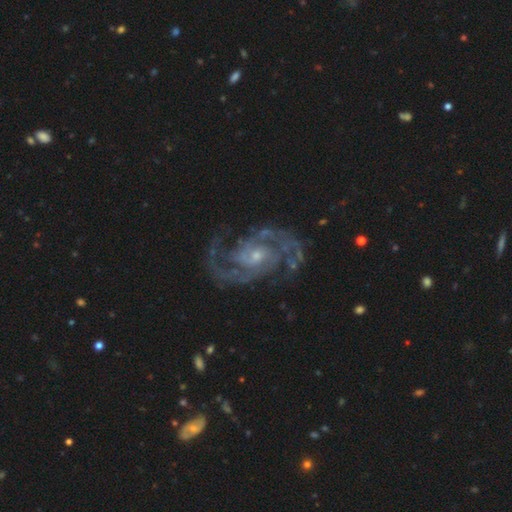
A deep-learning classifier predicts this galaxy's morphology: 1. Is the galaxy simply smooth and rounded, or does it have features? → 93% featured or disk, 5% star or artifact, 2% smooth.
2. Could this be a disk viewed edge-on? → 98% no, 2% yes.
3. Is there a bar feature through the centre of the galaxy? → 55% no, 35% weak, 10% strong.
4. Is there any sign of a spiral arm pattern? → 98% yes, 2% no.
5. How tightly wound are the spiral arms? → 54% medium, 35% tight, 11% loose.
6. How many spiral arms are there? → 82% 2, 7% 3, 4% can't tell, 3% 4, 2% 1, 2% more than 4.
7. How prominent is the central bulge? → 63% small, 32% moderate, 3% none, 2% large, 1% dominant.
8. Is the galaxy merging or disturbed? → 76% none, 15% minor disturbance, 8% major disturbance, 2% merger.